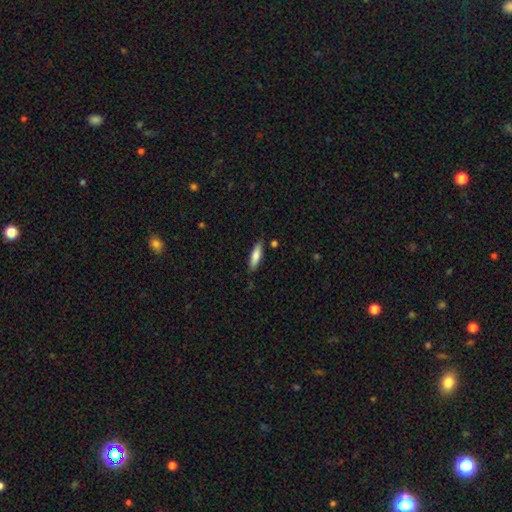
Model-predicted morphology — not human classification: Smooth or featured? Predicted: smooth (p=0.77). How rounded? Predicted: cigar-shaped (p=0.62). Merging? Predicted: none (p=0.83).